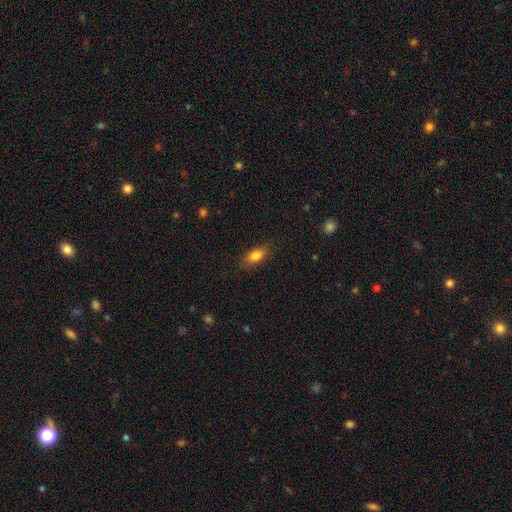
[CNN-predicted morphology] Q: Smooth or featured?
A: smooth (81%); runner-up: featured or disk (11%)
Q: How rounded?
A: in between (80%); runner-up: cigar-shaped (14%)
Q: Merging?
A: none (80%); runner-up: minor disturbance (15%)